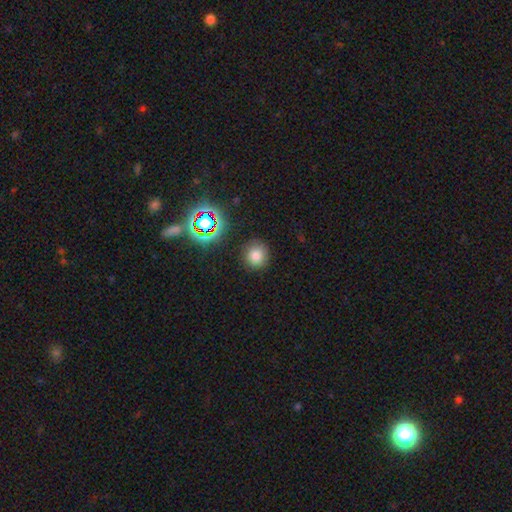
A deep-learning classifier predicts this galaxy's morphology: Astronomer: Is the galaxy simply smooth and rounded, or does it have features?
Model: smooth — 76%.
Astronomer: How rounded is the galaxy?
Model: round — 89%.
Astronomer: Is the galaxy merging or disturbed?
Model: none — 87%.